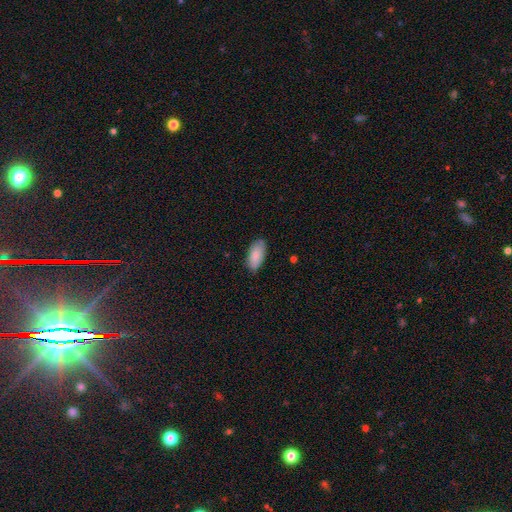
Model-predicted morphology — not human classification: A smooth galaxy with no disk features (86%) that is in between round and cigar-shaped (92%).

Vote fractions:
- Smooth or featured? smooth: 86% / featured or disk: 9% / star or artifact: 6%
- How rounded? in between: 92% / cigar-shaped: 6% / round: 2%
- Merging? none: 81% / minor disturbance: 16% / major disturbance: 3% / merger: 1%